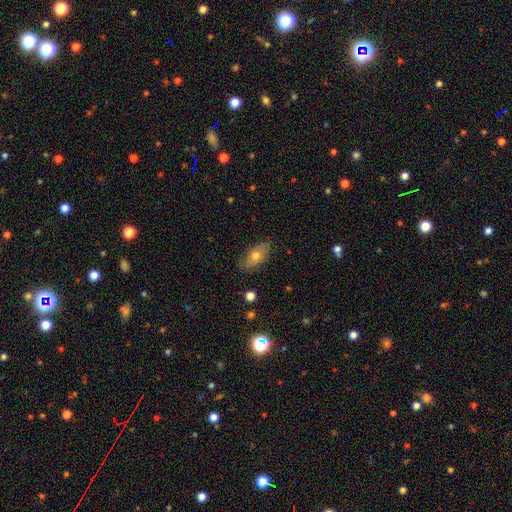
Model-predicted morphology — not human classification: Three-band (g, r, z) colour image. It shows a smooth galaxy with no disk features (65%) that is in between round and cigar-shaped (87%). Merging: none (81%).